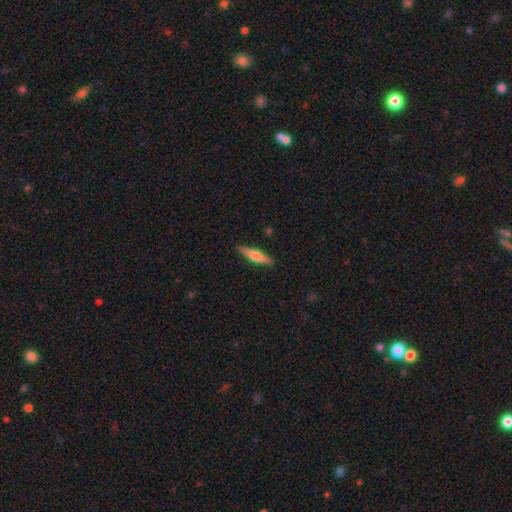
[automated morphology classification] Smooth or featured? smooth (47%, tied with featured or disk)
Merging? none (89%)